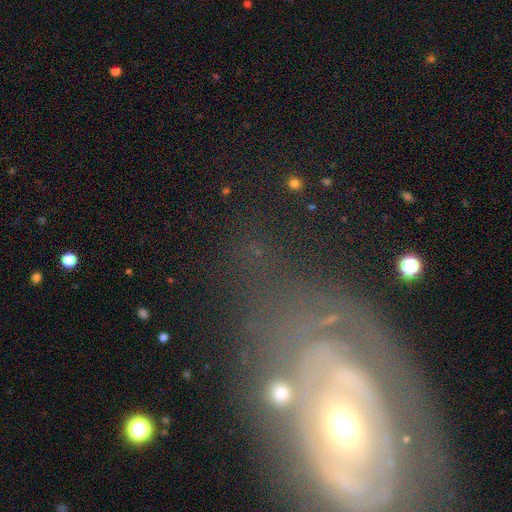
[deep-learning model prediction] Q: Smooth or featured?
A: featured or disk (65%); runner-up: smooth (18%)
Q: Edge-on disk?
A: no (92%); runner-up: yes (8%)
Q: Bar?
A: no (61%); runner-up: weak (24%)
Q: Spiral arms?
A: yes (61%); runner-up: no (39%)
Q: Bulge size?
A: moderate (53%); runner-up: small (32%)
Q: Merging?
A: none (49%); runner-up: major disturbance (25%)